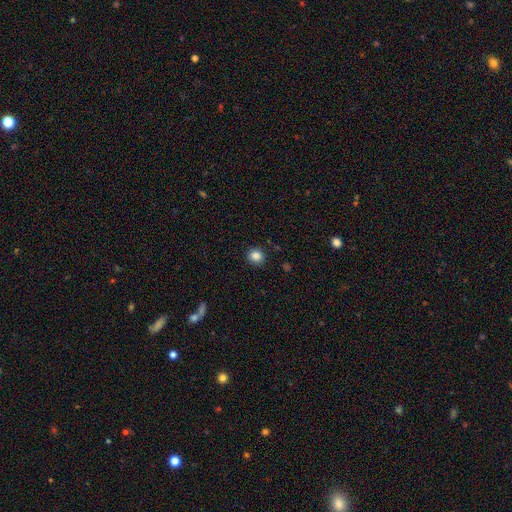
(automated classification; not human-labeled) This appears to be a smooth galaxy with no disk features (85%) that is round (85%). Merging: none (90%).